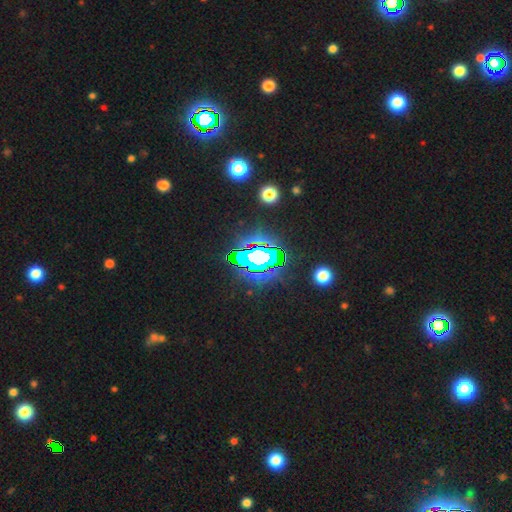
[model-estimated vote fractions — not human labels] star or artifact 67%, smooth 18%, featured or disk 16%.